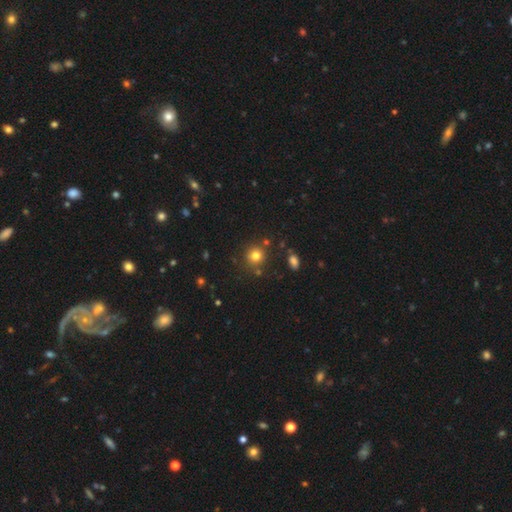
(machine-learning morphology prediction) smooth-or-featured: smooth: 78% | star or artifact: 15% | featured or disk: 7%
  how-rounded: round: 90% | in between: 10% | cigar-shaped: 1%
  merging: none: 82% | minor disturbance: 9% | merger: 6% | major disturbance: 3%